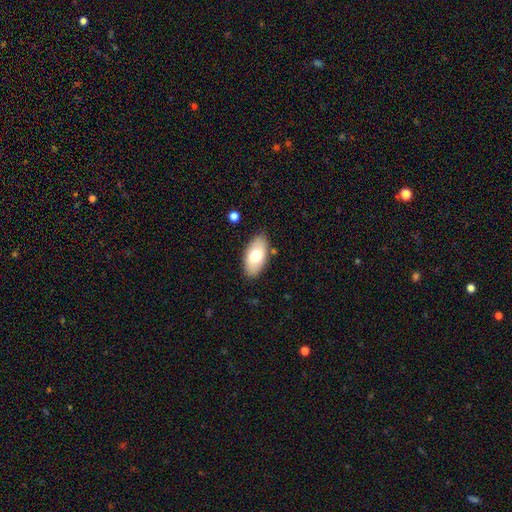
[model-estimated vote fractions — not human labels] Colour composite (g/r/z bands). It shows a smooth galaxy with no disk features (72%) that is in between round and cigar-shaped (94%). Merging: none (85%).